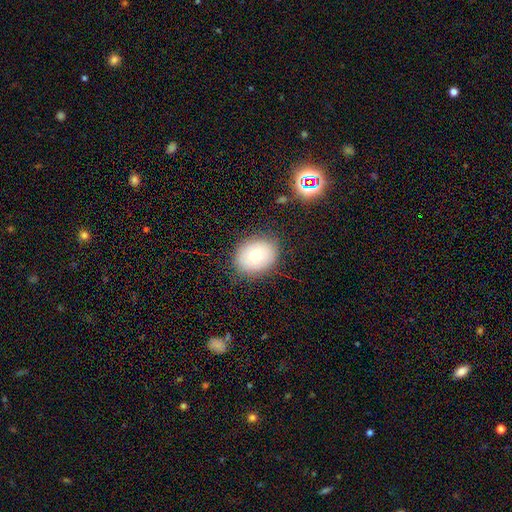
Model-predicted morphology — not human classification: smooth_or_featured: smooth (p=0.75) [alt: featured or disk p=0.16]
how_rounded: in between (p=0.53) [alt: round p=0.47]
merging: none (p=0.82) [alt: minor disturbance p=0.13]